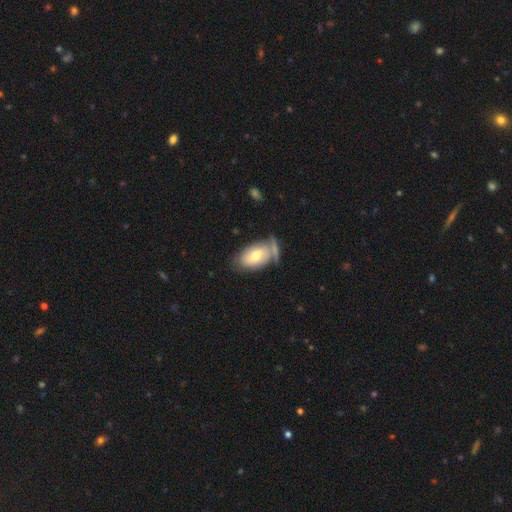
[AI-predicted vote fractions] Smooth or featured? Predicted: smooth (p=0.64). How rounded? Predicted: in between (p=0.91). Merging? Predicted: none (p=0.49).